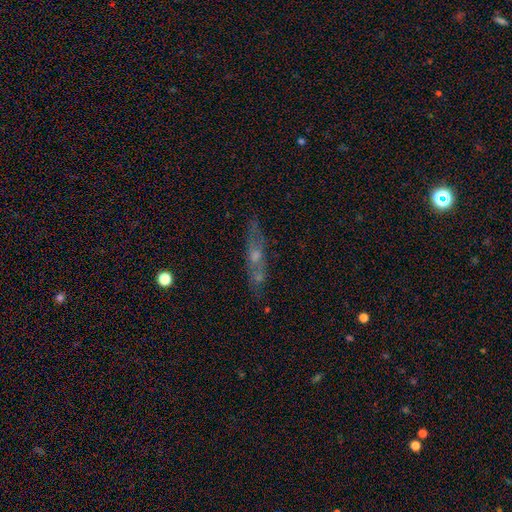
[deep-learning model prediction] Smooth or featured? Predicted: featured or disk (p=0.57). Edge-on disk? Predicted: yes (p=0.61). Merging? Predicted: none (p=0.70).